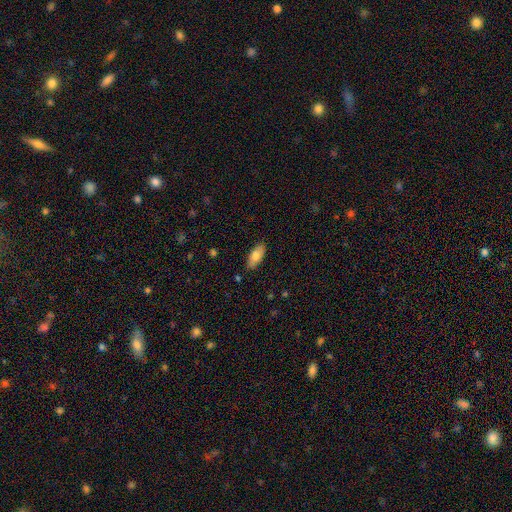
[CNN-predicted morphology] A smooth galaxy with no disk features (76%) that is in between round and cigar-shaped (86%). Merging: none (86%).